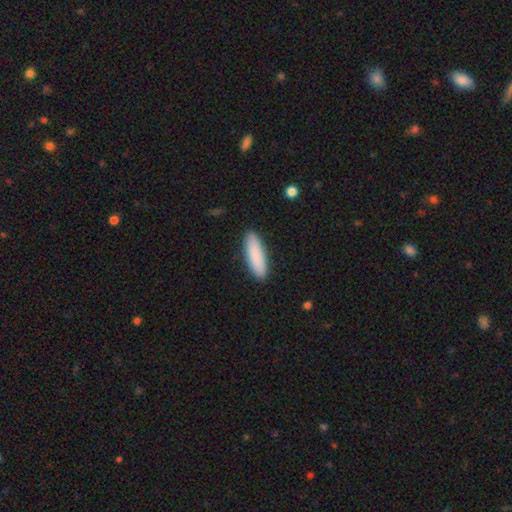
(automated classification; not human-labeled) smooth-or-featured: smooth: 89% | featured or disk: 6% | star or artifact: 5%
  how-rounded: cigar-shaped: 59% | in between: 39% | round: 1%
  merging: none: 90% | minor disturbance: 7% | major disturbance: 2% | merger: 1%